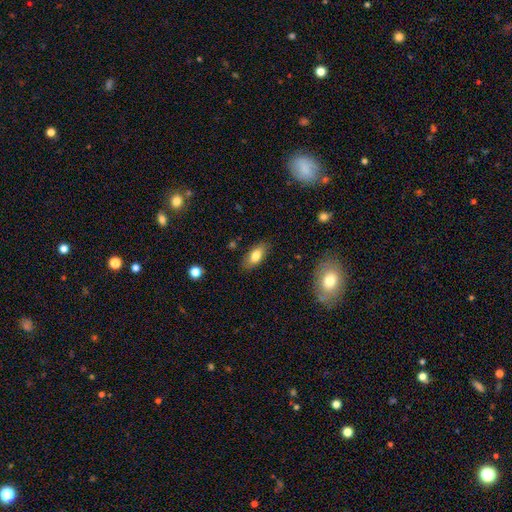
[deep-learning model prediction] smooth-or-featured: smooth: 80% | featured or disk: 13% | star or artifact: 7%
  how-rounded: in between: 88% | cigar-shaped: 9% | round: 4%
  merging: none: 84% | minor disturbance: 12% | major disturbance: 3% | merger: 2%